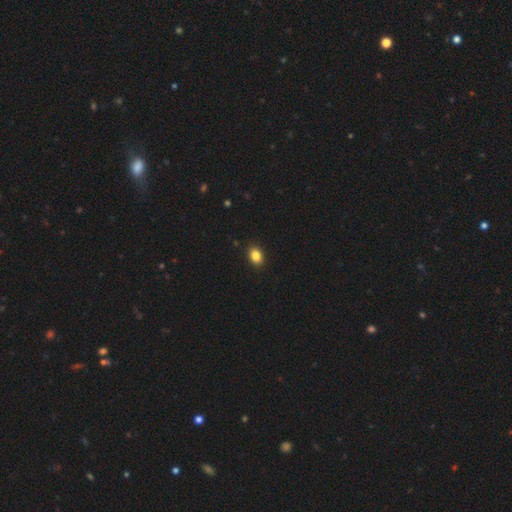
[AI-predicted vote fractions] This appears to be a smooth galaxy with no disk features (86%) that is in between round and cigar-shaped (67%). Merging: none (91%).